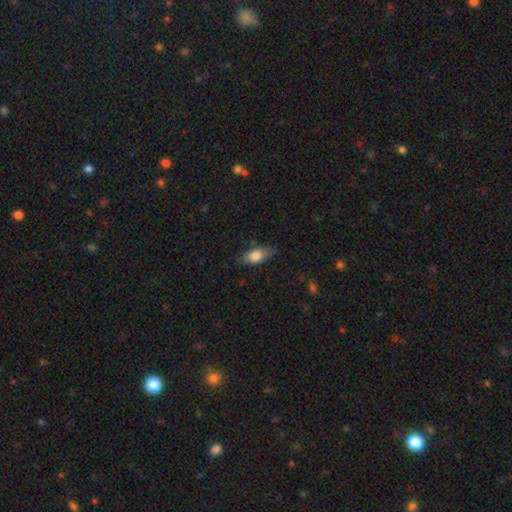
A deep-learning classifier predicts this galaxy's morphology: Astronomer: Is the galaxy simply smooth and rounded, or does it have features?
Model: smooth — 75%.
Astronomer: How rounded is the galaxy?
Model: in between — 80%.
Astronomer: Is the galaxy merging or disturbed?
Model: none — 76%.